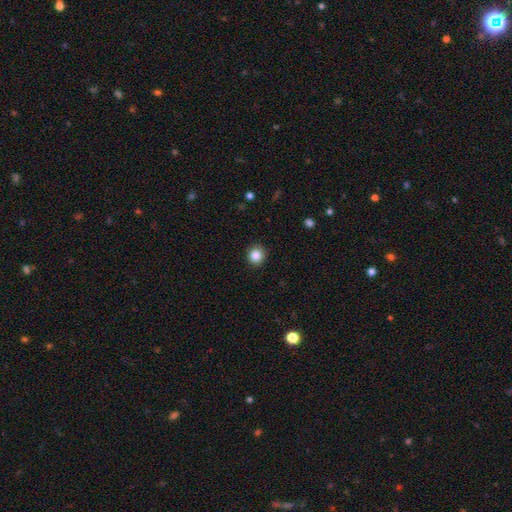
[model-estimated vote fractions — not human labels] Overall: smooth (85%). How rounded: round (89%). Merging: none (91%).